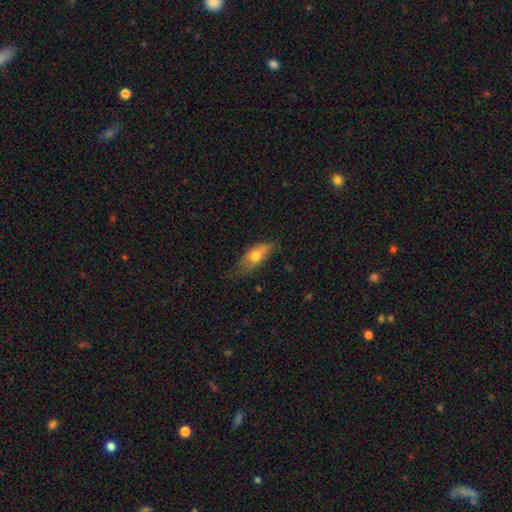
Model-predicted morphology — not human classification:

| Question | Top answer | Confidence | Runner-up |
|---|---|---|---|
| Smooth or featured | smooth | 67% | featured or disk (26%) |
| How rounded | in between | 79% | cigar-shaped (16%) |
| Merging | none | 53% | minor disturbance (34%) |